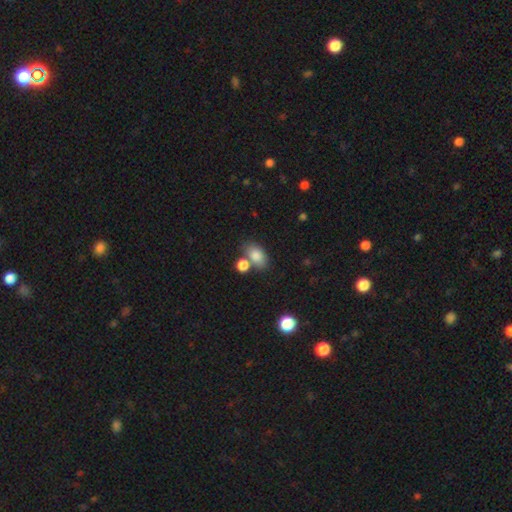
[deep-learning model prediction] Overall: smooth (83%). How rounded: in between (85%). Merging: none (56%; merger 25%).